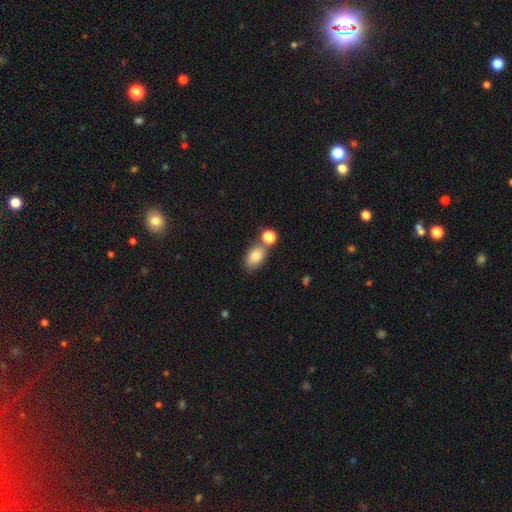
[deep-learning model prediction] This is clearly a smooth galaxy (82%). How rounded: clearly in between (86%). Merging: possibly none (57%).